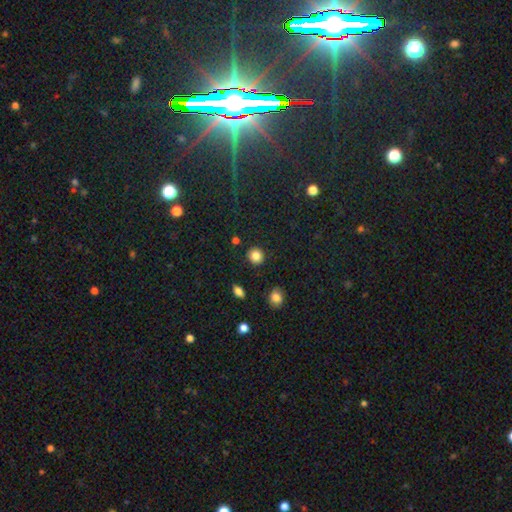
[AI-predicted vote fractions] Morphology: type=smooth (84%); roundness=round (87%); merging=none (90%).